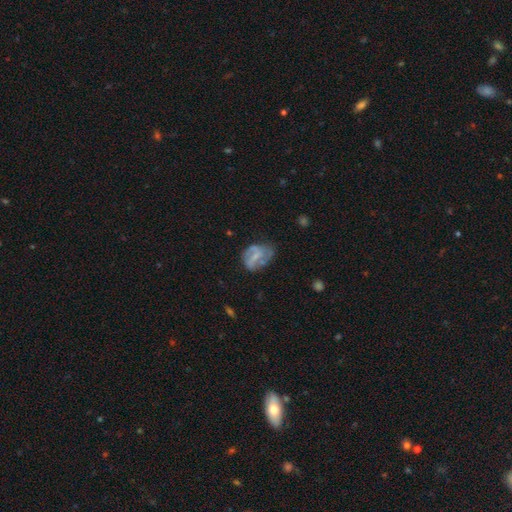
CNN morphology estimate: This appears to be a featured or disk galaxy (57%) with a weak bar (42%, tied with no), spiral arms (58%) and a small central bulge (45%). Merging: none (41%).